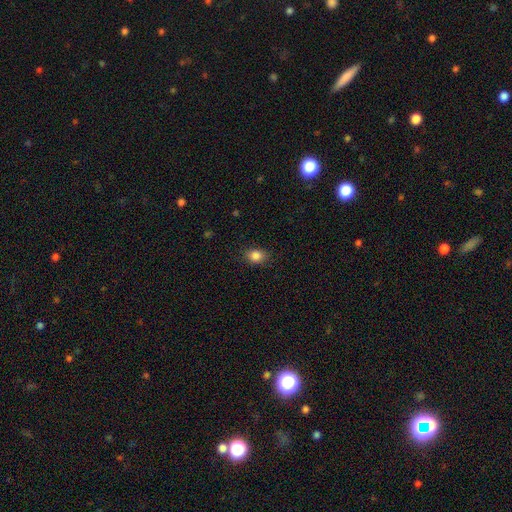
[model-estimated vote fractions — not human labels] This appears to be a smooth galaxy with no disk features (85%) that is in between round and cigar-shaped (60%). Merging: none (85%).